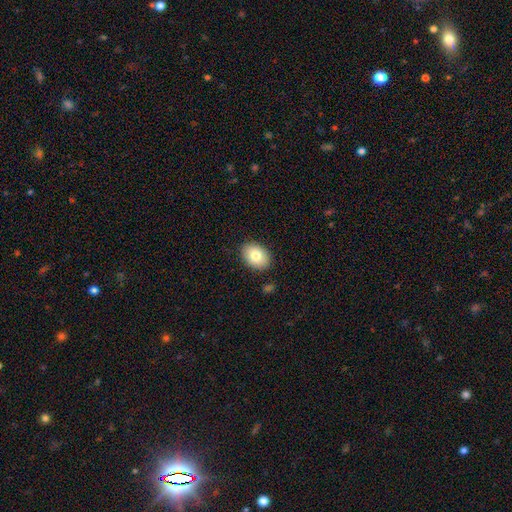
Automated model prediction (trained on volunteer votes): Smooth or featured: smooth — 81% (featured or disk — 12%)
How rounded: in between — 80% (round — 19%)
Merging: none — 87% (minor disturbance — 9%)